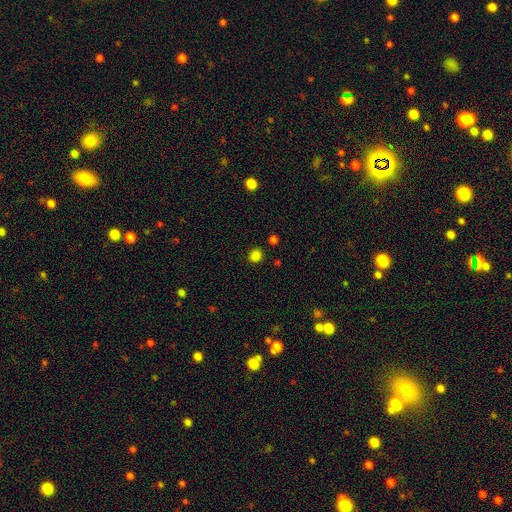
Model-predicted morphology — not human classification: This is clearly a smooth galaxy (82%). How rounded: likely round (80%). Merging: clearly none (88%).